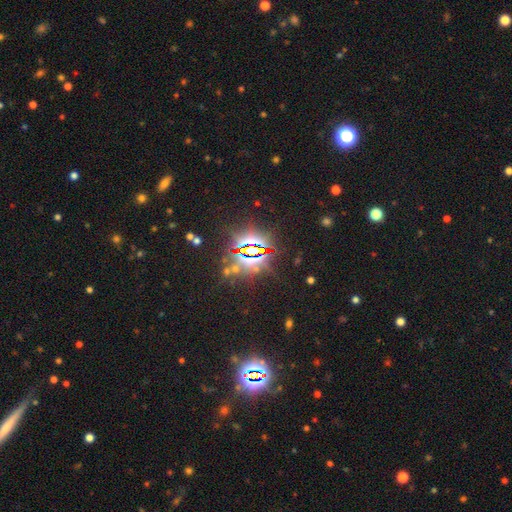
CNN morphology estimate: This appears to be a star or artifact, not a galaxy (84%).